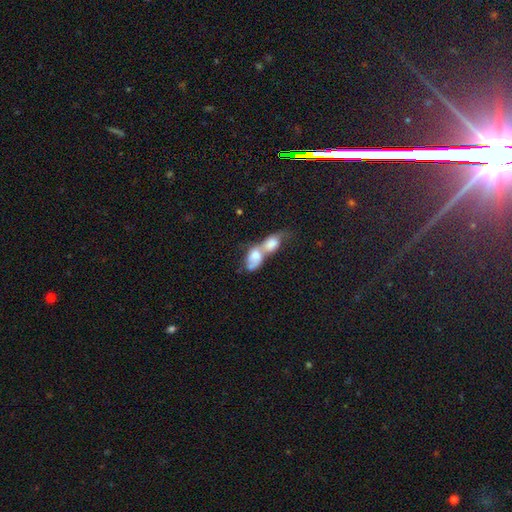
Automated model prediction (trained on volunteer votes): Morphology: type=smooth (61%); roundness=in between (75%); merging=merger (85%).